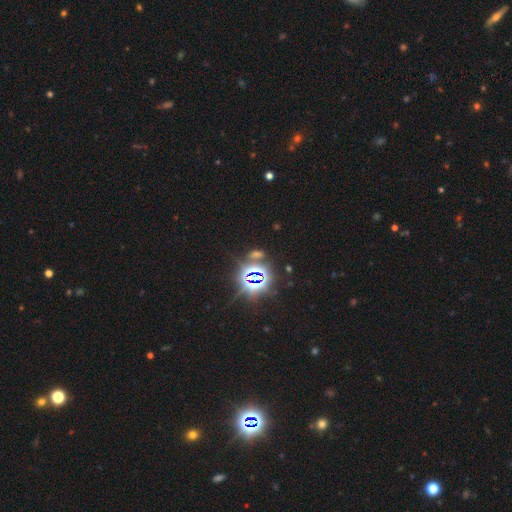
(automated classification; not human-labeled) Overall: star or artifact (78%).